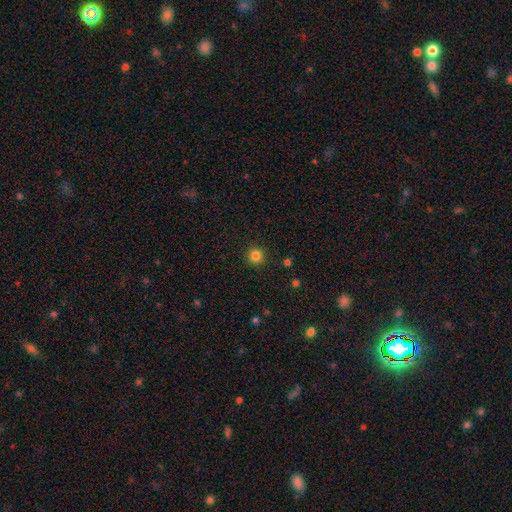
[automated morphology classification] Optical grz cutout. It shows a smooth galaxy with no disk features (83%) that is round (94%). Merging: none (91%).